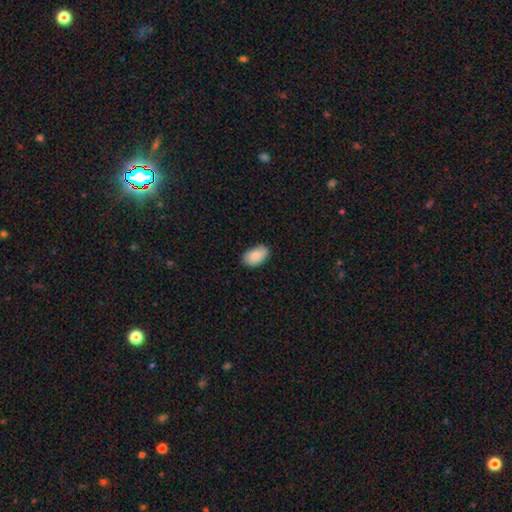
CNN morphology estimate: Smooth or featured?
  - smooth: 88% *
  - star or artifact: 6%
  - featured or disk: 6%
How rounded?
  - in between: 93% *
  - round: 6%
  - cigar-shaped: 1%
Merging?
  - none: 82% *
  - minor disturbance: 15%
  - major disturbance: 2%
  - merger: 1%